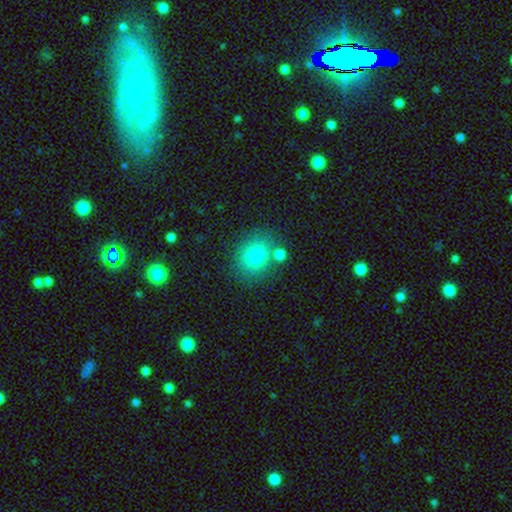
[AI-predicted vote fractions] The model was most divided on "how rounded": round: 69%, in between: 30%, cigar-shaped: 1%. More confident: smooth or featured — smooth (79%); merging — none (74%).